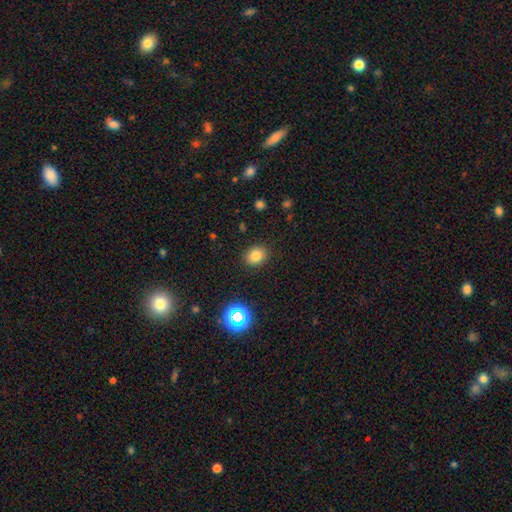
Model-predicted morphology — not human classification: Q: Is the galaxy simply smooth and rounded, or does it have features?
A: smooth — 79%.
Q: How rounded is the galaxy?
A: round — 55%.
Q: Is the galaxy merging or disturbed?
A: none — 88%.